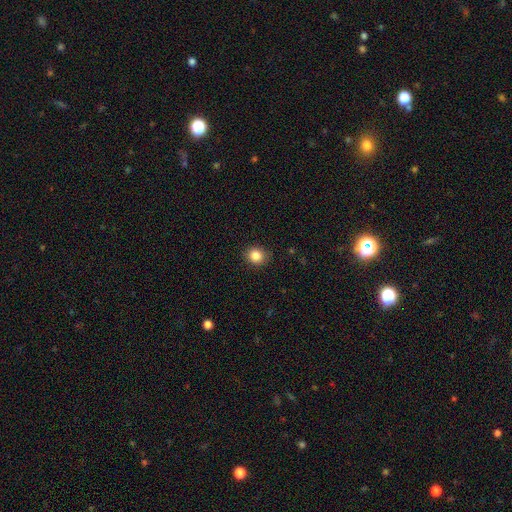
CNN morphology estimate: This appears to be a smooth galaxy with no disk features (85%) that is round (77%). Merging: none (88%).